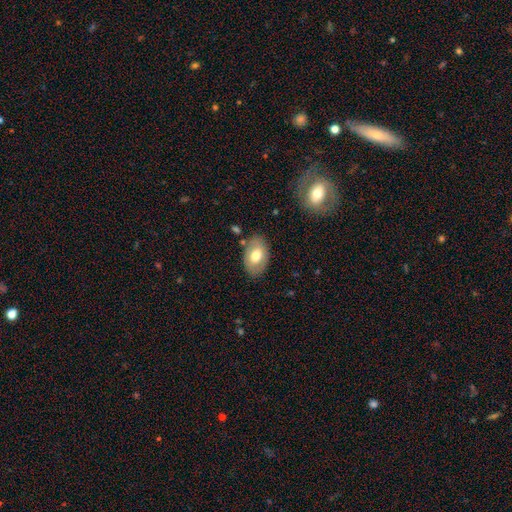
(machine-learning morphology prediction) Smooth or featured? smooth (68%)
How rounded? in between (90%)
Merging? none (81%)